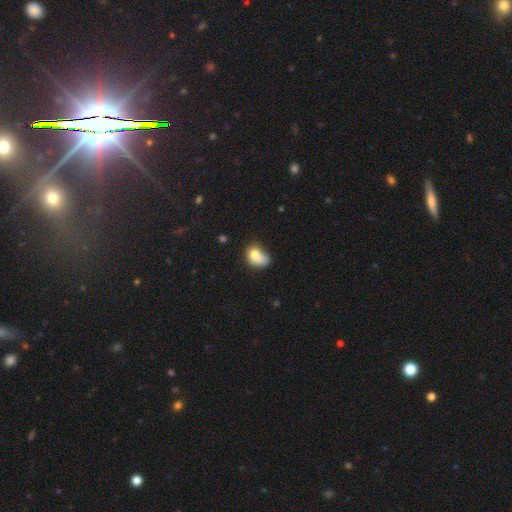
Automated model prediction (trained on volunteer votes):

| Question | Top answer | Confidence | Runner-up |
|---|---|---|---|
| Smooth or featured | smooth | 75% | featured or disk (15%) |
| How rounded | in between | 68% | round (31%) |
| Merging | none | 29% | minor disturbance (28%) |